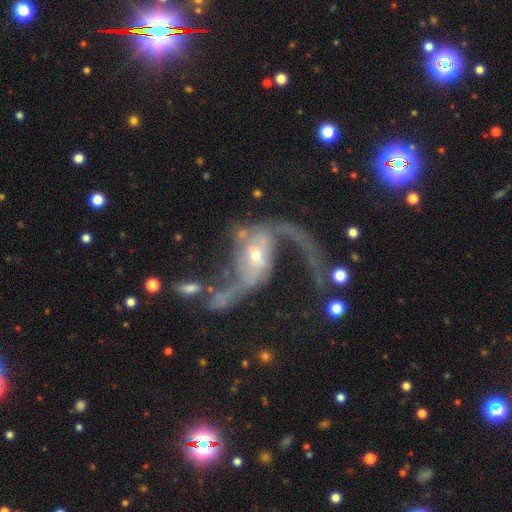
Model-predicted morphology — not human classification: smooth_or_featured: featured or disk (p=0.87) [alt: star or artifact p=0.07]
disk_edge_on: no (p=0.96) [alt: yes p=0.04]
bar: no (p=0.47) [alt: weak p=0.32]
has_spiral_arms: yes (p=0.93) [alt: no p=0.07]
spiral_winding: loose (p=0.84) [alt: medium p=0.13]
spiral_arm_count: 2 (p=0.89) [alt: 1 p=0.04]
bulge_size: small (p=0.64) [alt: moderate p=0.30]
merging: none (p=0.37) [alt: major disturbance p=0.33]